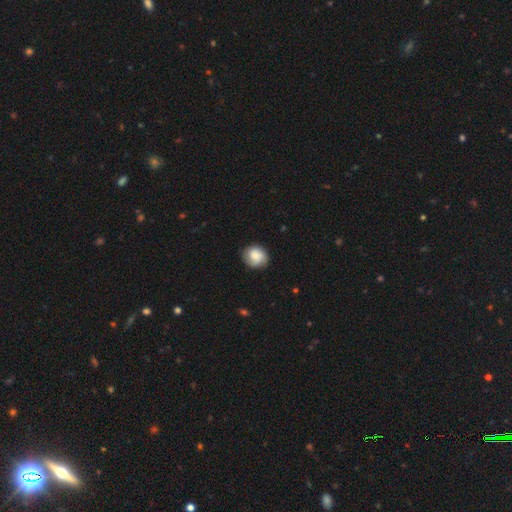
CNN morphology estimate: Q: Smooth or featured?
A: smooth (71%); runner-up: featured or disk (22%)
Q: How rounded?
A: round (81%); runner-up: in between (18%)
Q: Merging?
A: none (81%); runner-up: minor disturbance (15%)